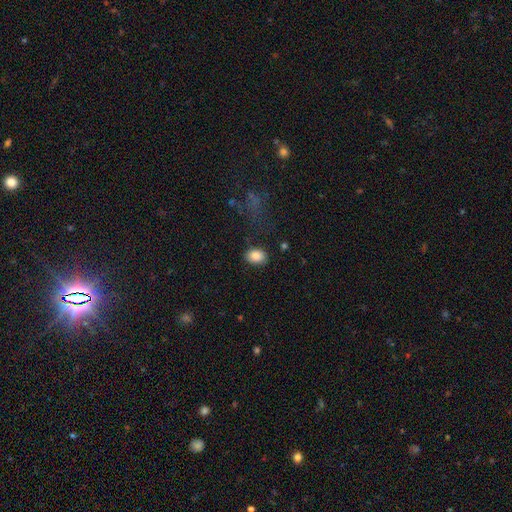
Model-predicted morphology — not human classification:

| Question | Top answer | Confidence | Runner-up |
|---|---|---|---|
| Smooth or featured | smooth | 86% | star or artifact (8%) |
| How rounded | in between | 72% | round (27%) |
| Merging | none | 83% | minor disturbance (11%) |